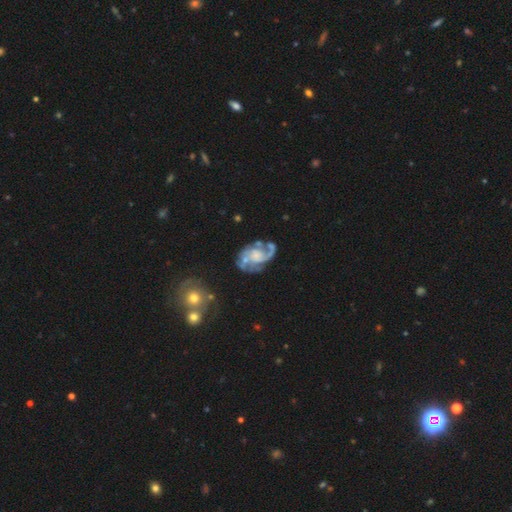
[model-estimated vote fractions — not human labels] Overall: featured or disk (84%). Edge-on disk: no (98%). Bar: no (65%; weak 28%). Spiral arms: yes (92%). Spiral arm count: 2 (68%). Spiral winding: medium (47%; loose 27%). Bulge size: none (38%; small 27%). Merging: none (49%; minor disturbance 22%).